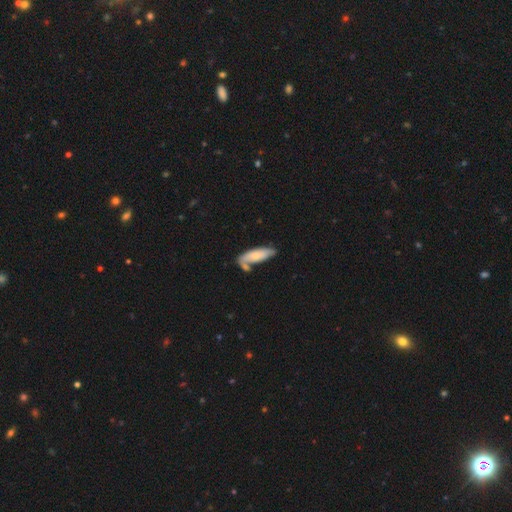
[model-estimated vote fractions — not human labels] Smooth or featured? smooth (66%)
How rounded? in between (60%)
Merging? none (49%)